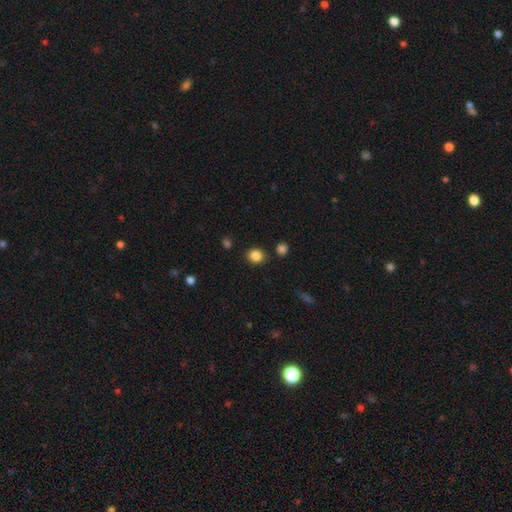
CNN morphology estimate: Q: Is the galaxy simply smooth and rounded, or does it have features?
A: smooth — 85%.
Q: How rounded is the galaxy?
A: round — 77%.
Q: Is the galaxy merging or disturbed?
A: none — 86%.